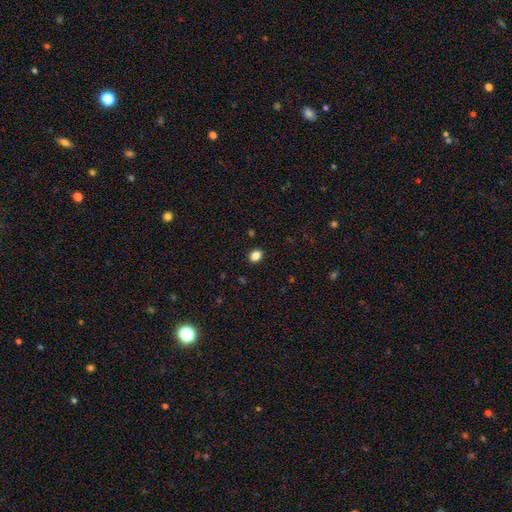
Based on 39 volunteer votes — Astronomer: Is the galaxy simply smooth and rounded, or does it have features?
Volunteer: smooth — 90%.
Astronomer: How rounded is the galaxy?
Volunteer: round — 57% (runner-up: in between, 43%).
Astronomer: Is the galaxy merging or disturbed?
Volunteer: none — 91%.